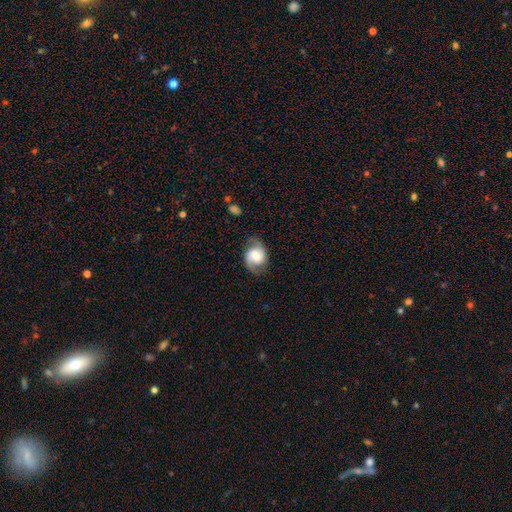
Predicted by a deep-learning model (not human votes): Morphology: type=featured or disk (62%); edge-on=no (97%); bar=no (47%); spiral arms=yes (91%); winding=medium (45%); arm count=2 (85%); bulge=moderate (41%); merging=none (69%).